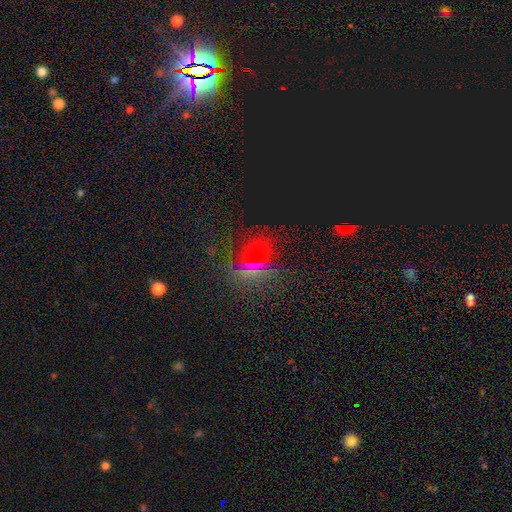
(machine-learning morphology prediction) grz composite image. It shows a smooth galaxy with no disk features (46%). Merging: none (78%).